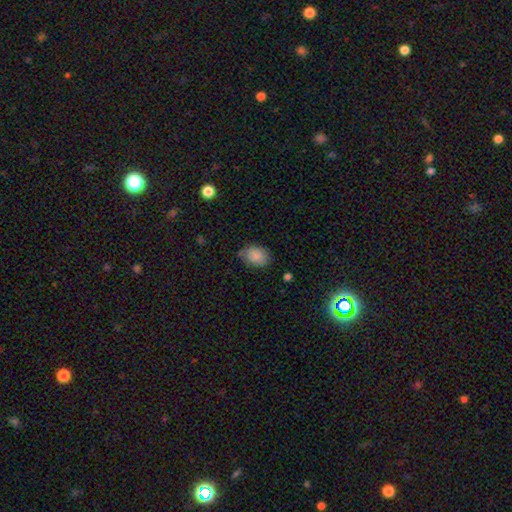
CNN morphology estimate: type=smooth (87%); roundness=in between (76%); merging=none (73%).